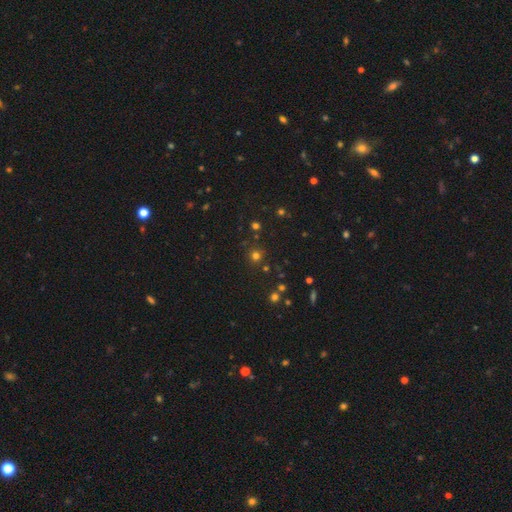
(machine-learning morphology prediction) smooth-or-featured: smooth: 68% | star or artifact: 26% | featured or disk: 6%
  how-rounded: round: 93% | in between: 6% | cigar-shaped: 1%
  merging: none: 86% | minor disturbance: 7% | merger: 4% | major disturbance: 3%